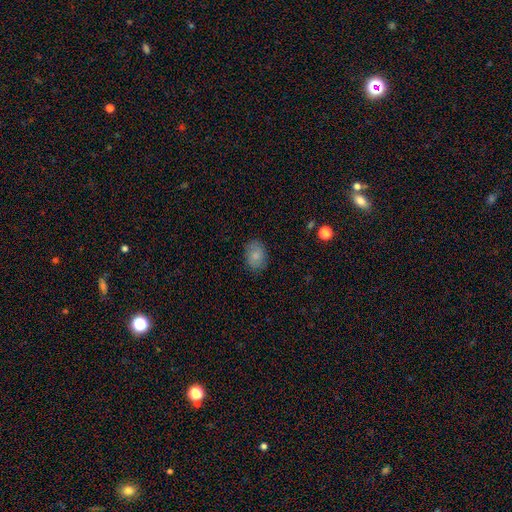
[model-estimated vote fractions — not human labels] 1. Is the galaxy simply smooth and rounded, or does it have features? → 82% smooth, 10% featured or disk, 8% star or artifact.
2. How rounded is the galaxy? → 68% in between, 31% round, 1% cigar-shaped.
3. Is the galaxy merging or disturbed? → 83% none, 13% minor disturbance, 3% major disturbance, 1% merger.